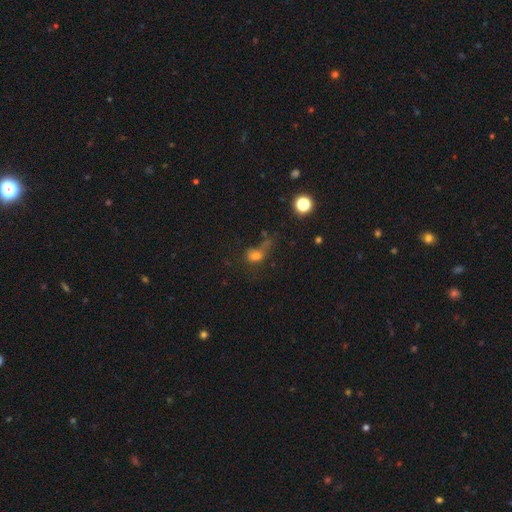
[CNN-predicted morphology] A smooth galaxy with no disk features (64%) that is in between round and cigar-shaped (49%). Merging: major disturbance (34%).